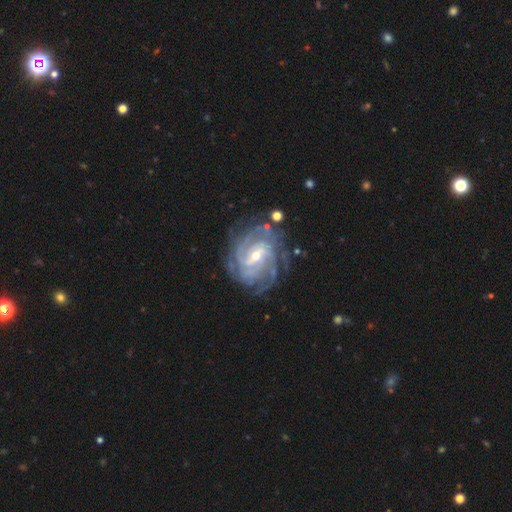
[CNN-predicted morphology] This is clearly a featured or disk galaxy (91%). It is clearly not viewed edge-on (97%). Bar: possibly weak (49%). Spiral arm pattern: clearly yes (98%). Spiral arm count: marginally 4 (28%). Spiral winding: likely tight (67%). Central bulge: possibly small (59%). Merging: likely none (75%).